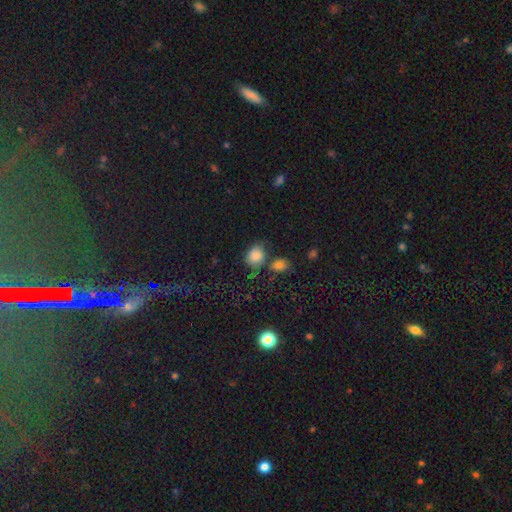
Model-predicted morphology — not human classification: This is clearly a smooth galaxy (80%). How rounded: possibly in between (53%). Merging: possibly none (55%).